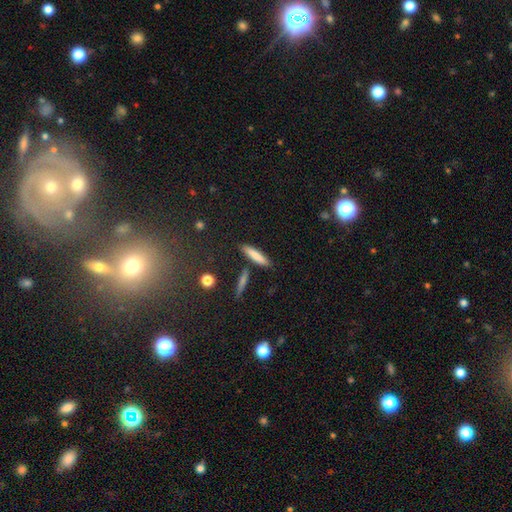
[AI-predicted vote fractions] This is likely a smooth galaxy (80%). How rounded: clearly cigar-shaped (81%). Merging: clearly none (81%).